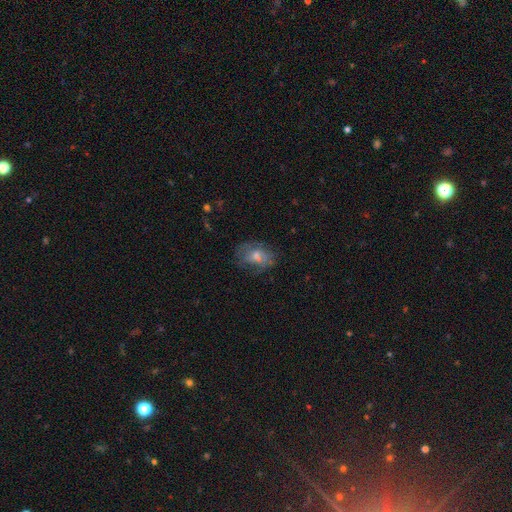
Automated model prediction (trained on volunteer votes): A smooth galaxy with no disk features (49%). Merging: none (61%).